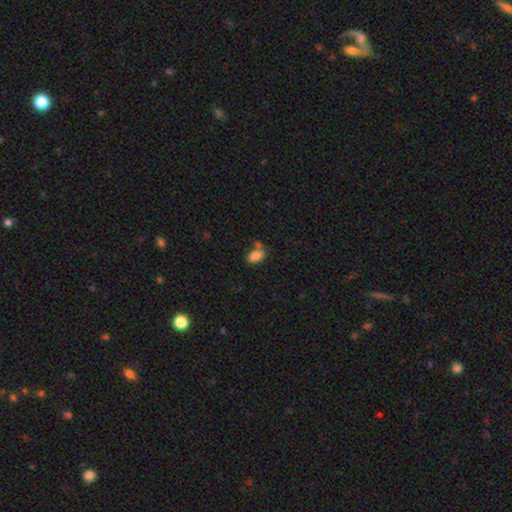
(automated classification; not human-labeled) Smooth or featured?
  - smooth: 85% *
  - star or artifact: 10%
  - featured or disk: 5%
How rounded?
  - in between: 90% *
  - round: 8%
  - cigar-shaped: 2%
Merging?
  - none: 54% *
  - merger: 23%
  - minor disturbance: 17%
  - major disturbance: 6%